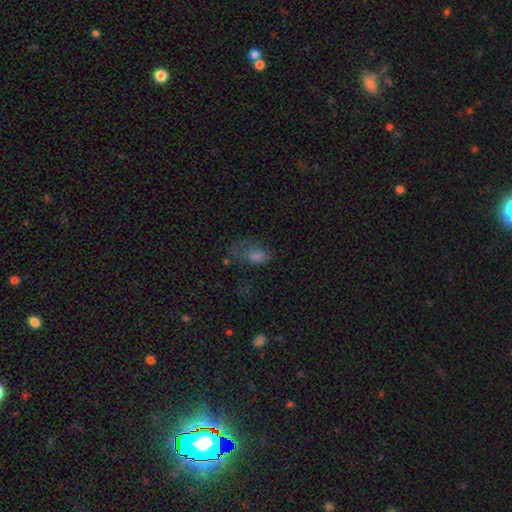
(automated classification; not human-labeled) Smooth or featured? Predicted: smooth (p=0.63). How rounded? Predicted: in between (p=0.83). Merging? Predicted: none (p=0.38).